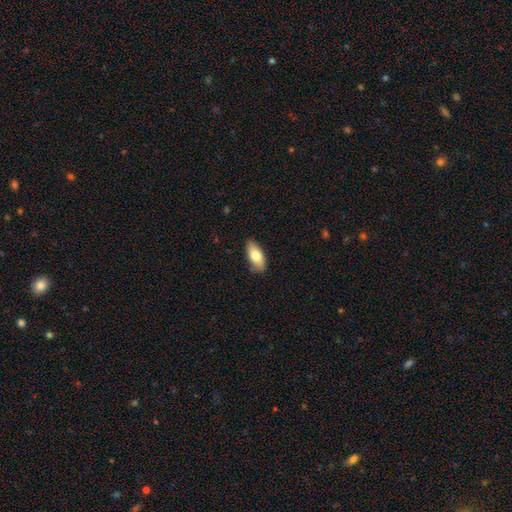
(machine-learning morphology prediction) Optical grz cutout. It shows a smooth galaxy with no disk features (76%) that is in between round and cigar-shaped (88%). Merging: none (80%).